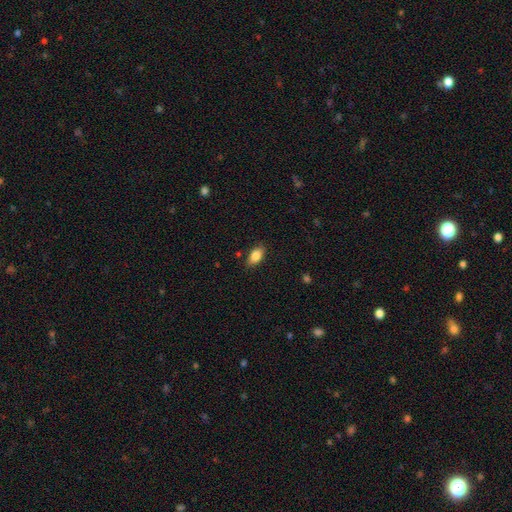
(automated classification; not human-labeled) smooth-or-featured: smooth: 85% | star or artifact: 8% | featured or disk: 7%
  how-rounded: in between: 90% | round: 6% | cigar-shaped: 4%
  merging: none: 85% | minor disturbance: 11% | major disturbance: 3% | merger: 1%